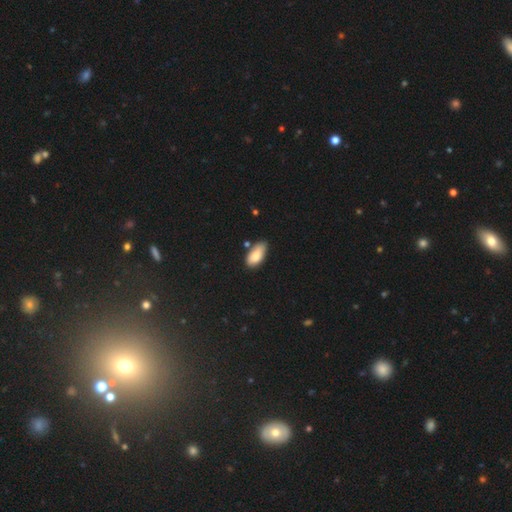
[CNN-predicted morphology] smooth-or-featured: smooth: 85% | featured or disk: 8% | star or artifact: 7%
  how-rounded: in between: 90% | cigar-shaped: 7% | round: 2%
  merging: none: 63% | minor disturbance: 27% | merger: 7% | major disturbance: 4%